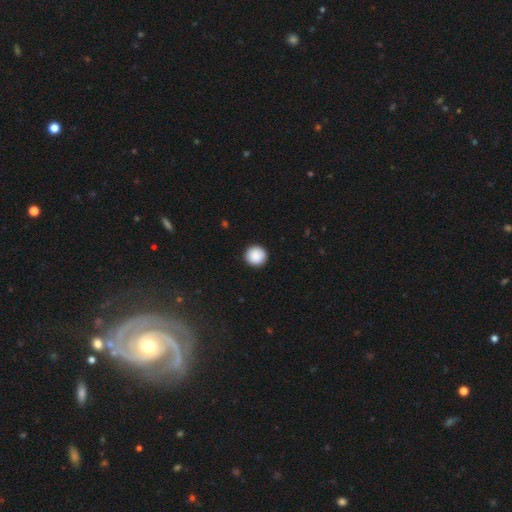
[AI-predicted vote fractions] Smooth or featured? smooth (90%)
How rounded? round (95%)
Merging? none (93%)